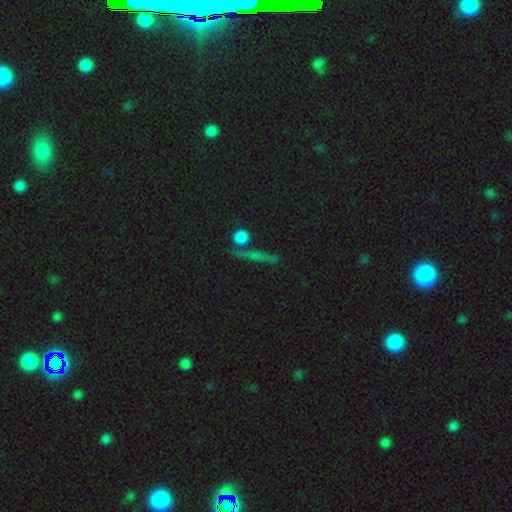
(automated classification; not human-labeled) Morphology: type=smooth (44%); merging=none (75%).